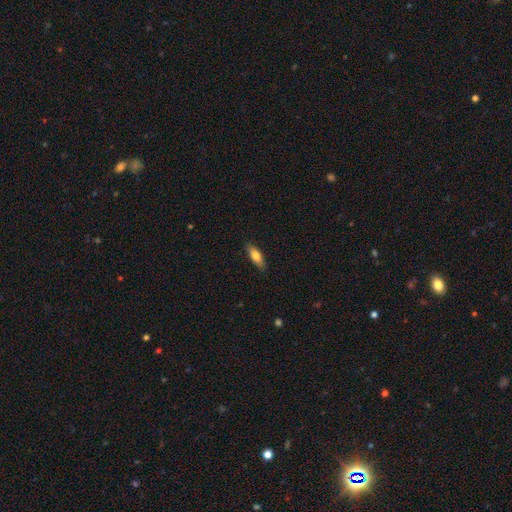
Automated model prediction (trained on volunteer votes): The model was most divided on "how rounded": in between: 64%, cigar-shaped: 34%, round: 2%. More confident: merging — none (86%); smooth or featured — smooth (75%).